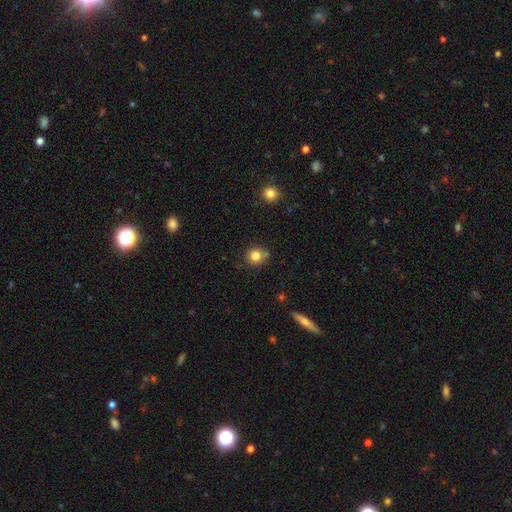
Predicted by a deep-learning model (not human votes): Overall: smooth (82%). How rounded: round (90%). Merging: none (78%).